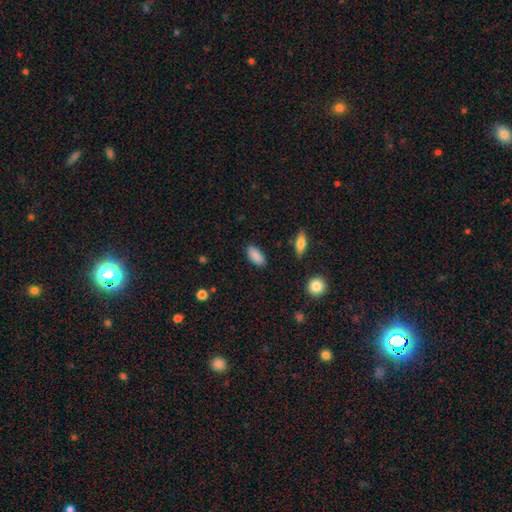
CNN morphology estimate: A smooth galaxy with no disk features (89%) that is in between round and cigar-shaped (89%).

Vote fractions:
- Smooth or featured? smooth: 89% / star or artifact: 7% / featured or disk: 4%
- How rounded? in between: 89% / cigar-shaped: 8% / round: 2%
- Merging? none: 86% / minor disturbance: 10% / major disturbance: 2% / merger: 2%